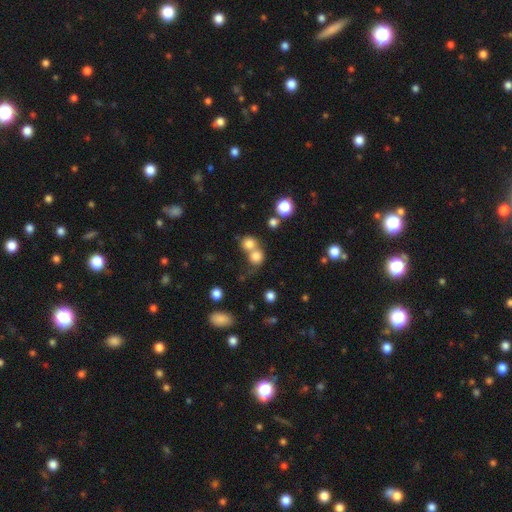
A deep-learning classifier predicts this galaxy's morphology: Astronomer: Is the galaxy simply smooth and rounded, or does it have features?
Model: smooth — 78%.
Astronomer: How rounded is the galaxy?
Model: round — 84%.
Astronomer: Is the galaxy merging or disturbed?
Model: merger — 51% (runner-up: none, 39%).